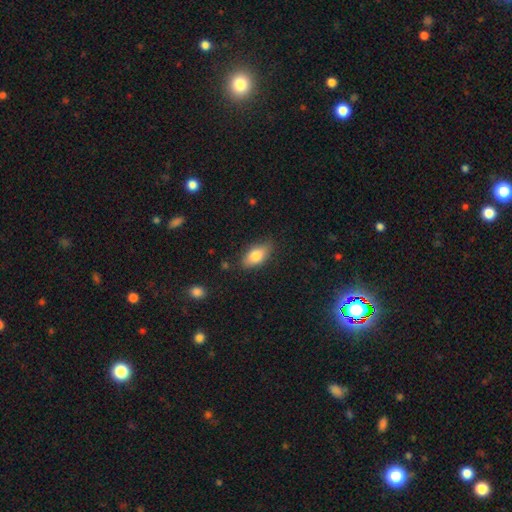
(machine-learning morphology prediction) Smooth or featured: smooth — 80% (featured or disk — 13%)
How rounded: in between — 88% (cigar-shaped — 8%)
Merging: none — 81% (minor disturbance — 14%)